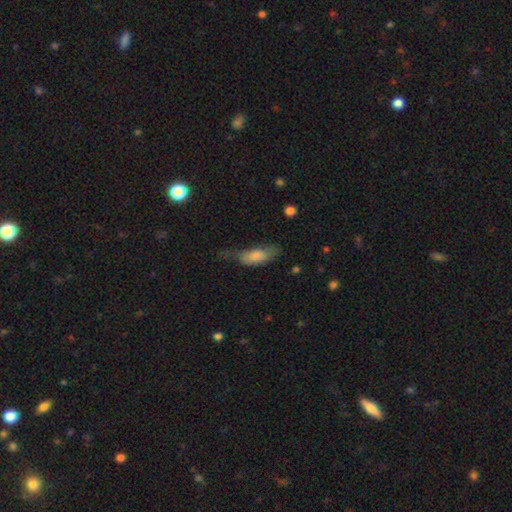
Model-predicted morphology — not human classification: Q: Smooth or featured?
A: smooth (77%); runner-up: featured or disk (16%)
Q: How rounded?
A: in between (77%); runner-up: cigar-shaped (21%)
Q: Merging?
A: minor disturbance (34%); runner-up: none (33%)